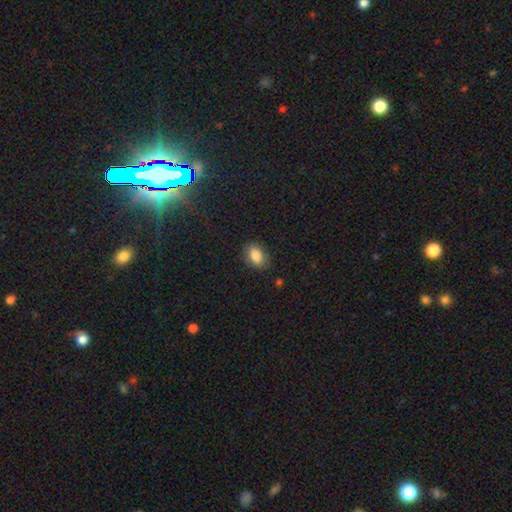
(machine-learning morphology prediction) type=smooth (85%); roundness=in between (83%); merging=none (81%).